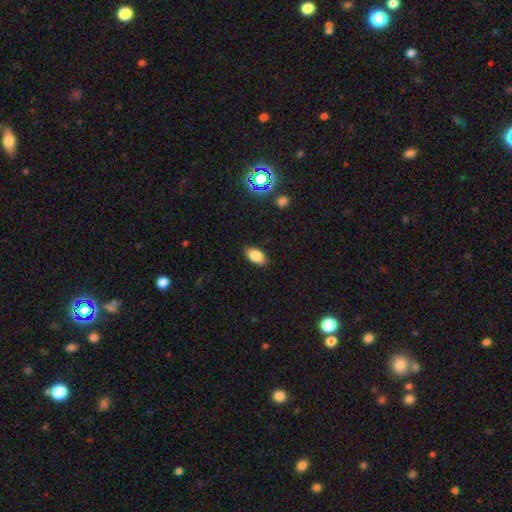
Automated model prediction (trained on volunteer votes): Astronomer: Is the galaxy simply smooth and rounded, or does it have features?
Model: smooth — 84%.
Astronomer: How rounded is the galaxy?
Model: in between — 91%.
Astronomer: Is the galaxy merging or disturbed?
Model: none — 86%.